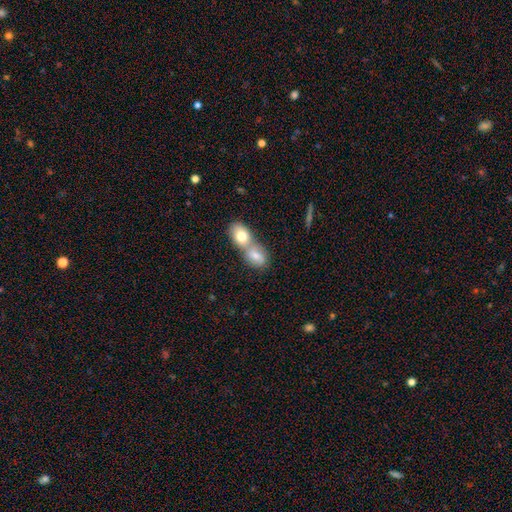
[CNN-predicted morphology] This is likely a smooth galaxy (76%). How rounded: likely in between (70%). Merging: likely merger (68%).